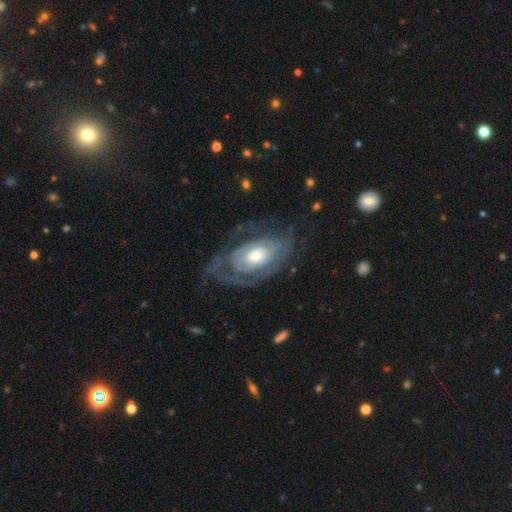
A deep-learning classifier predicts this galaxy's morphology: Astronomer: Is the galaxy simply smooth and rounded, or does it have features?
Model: featured or disk — 82%.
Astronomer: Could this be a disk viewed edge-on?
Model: no — 94%.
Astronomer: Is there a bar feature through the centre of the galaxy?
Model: no — 74%.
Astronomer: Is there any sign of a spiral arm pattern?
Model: yes — 83%.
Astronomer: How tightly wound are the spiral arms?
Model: tight — 59%.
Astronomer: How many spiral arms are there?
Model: can't tell — 46% (runner-up: 2, 25%).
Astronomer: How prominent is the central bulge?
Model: moderate — 58%.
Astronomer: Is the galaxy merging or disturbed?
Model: none — 56%.